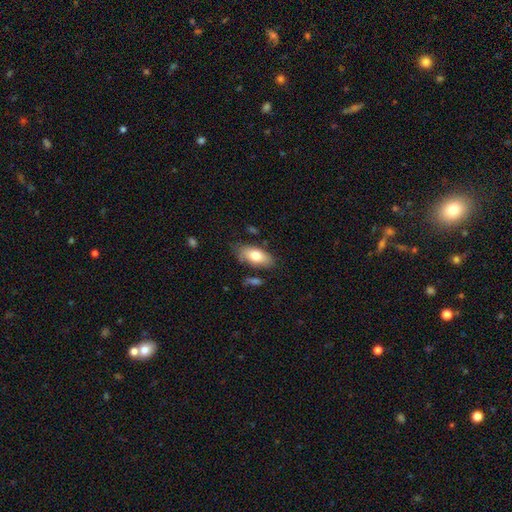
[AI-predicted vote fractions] A smooth galaxy with no disk features (76%) that is in between round and cigar-shaped (89%). Merging: none (71%).